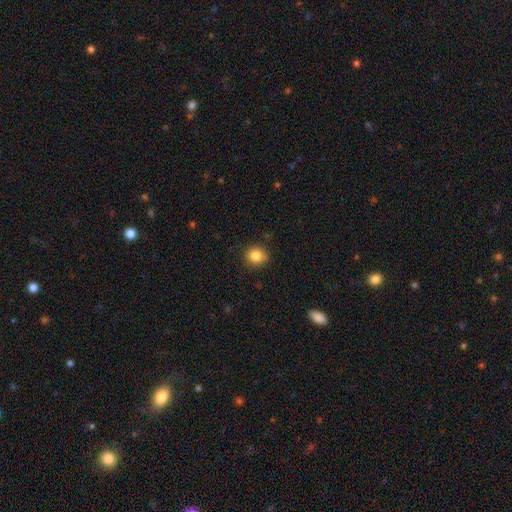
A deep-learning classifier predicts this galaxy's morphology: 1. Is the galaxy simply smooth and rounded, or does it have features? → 84% smooth, 11% star or artifact, 5% featured or disk.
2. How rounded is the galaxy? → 84% round, 15% in between, 1% cigar-shaped.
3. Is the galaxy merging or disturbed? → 85% none, 11% minor disturbance, 2% major disturbance, 2% merger.